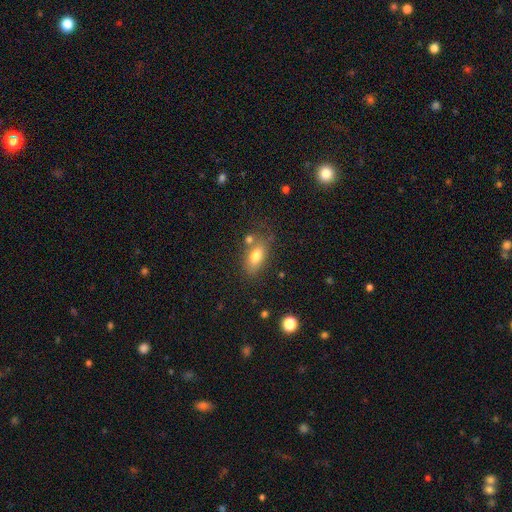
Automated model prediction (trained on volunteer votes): A smooth galaxy with no disk features (77%) that is in between round and cigar-shaped (85%).

Vote fractions:
- Smooth or featured? smooth: 77% / featured or disk: 14% / star or artifact: 9%
- How rounded? in between: 85% / cigar-shaped: 8% / round: 7%
- Merging? none: 67% / minor disturbance: 16% / merger: 13% / major disturbance: 5%